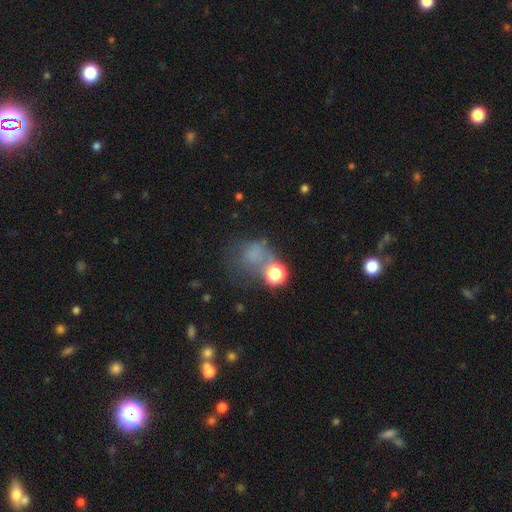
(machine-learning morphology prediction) Smooth or featured? smooth (56%)
How rounded? round (66%)
Merging? none (37%)